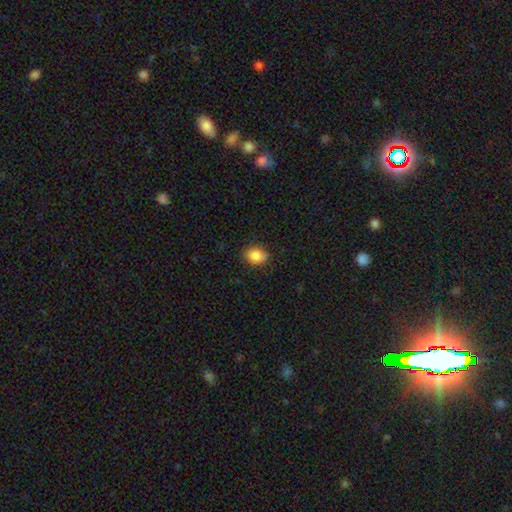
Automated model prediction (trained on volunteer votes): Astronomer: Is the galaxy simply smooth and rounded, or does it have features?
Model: smooth — 86%.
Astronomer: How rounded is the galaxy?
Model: in between — 50% (runner-up: round, 48%).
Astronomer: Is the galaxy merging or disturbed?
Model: none — 83%.